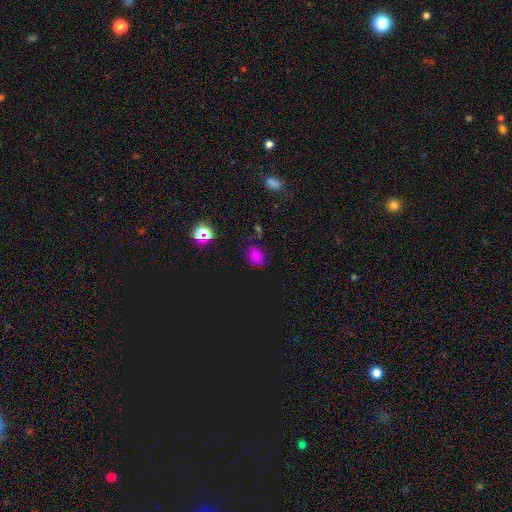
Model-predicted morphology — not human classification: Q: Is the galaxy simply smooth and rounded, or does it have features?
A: smooth — 60%.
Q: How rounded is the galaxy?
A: in between — 60%.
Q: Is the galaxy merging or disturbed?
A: none — 73%.